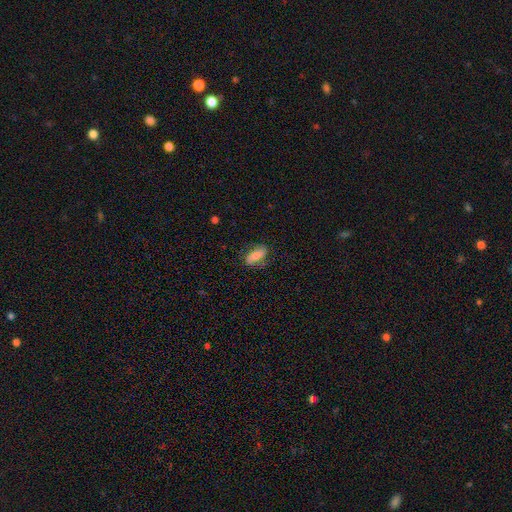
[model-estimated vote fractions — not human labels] Q: Smooth or featured?
A: smooth (61%); runner-up: featured or disk (31%)
Q: How rounded?
A: in between (78%); runner-up: cigar-shaped (18%)
Q: Merging?
A: none (73%); runner-up: minor disturbance (19%)